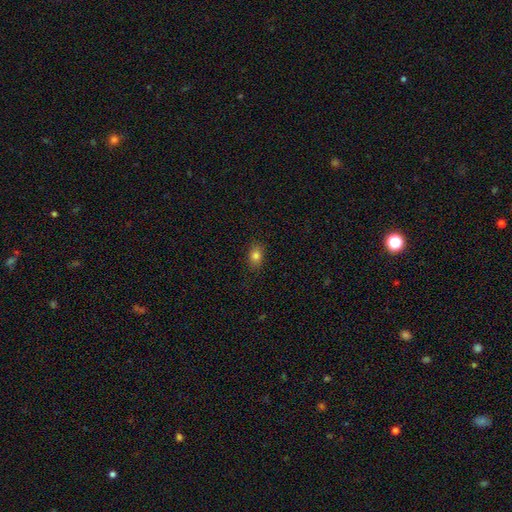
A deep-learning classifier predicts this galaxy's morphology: A smooth galaxy with no disk features (81%) that is in between round and cigar-shaped (73%).

Vote fractions:
- Smooth or featured? smooth: 81% / star or artifact: 12% / featured or disk: 7%
- How rounded? in between: 73% / round: 25% / cigar-shaped: 2%
- Merging? none: 86% / minor disturbance: 10% / major disturbance: 2% / merger: 1%